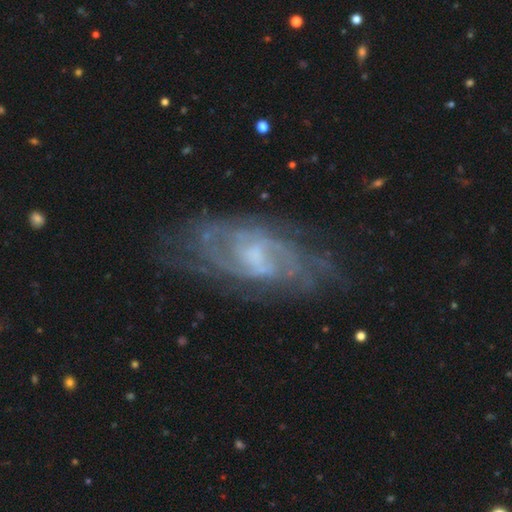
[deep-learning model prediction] featured or disk 84%, smooth 9%, star or artifact 7%. Down the decision tree: edge-on disk — no (93%); bar — weak (50%); spiral arms — yes (92%); spiral arm count — 2 (42%); spiral winding — tight (48%); bulge size — small (44%); merging — none (72%).